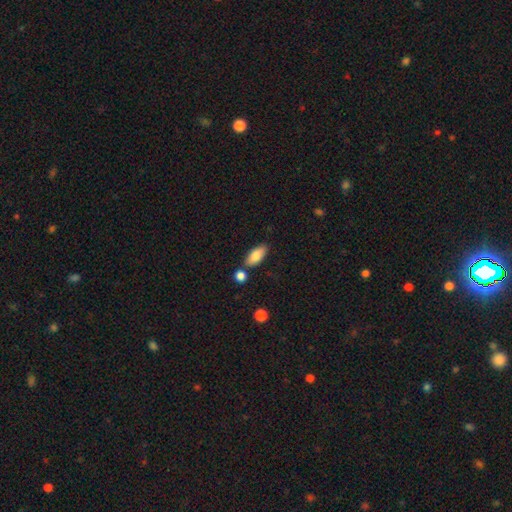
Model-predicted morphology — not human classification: type=smooth (82%); roundness=in between (83%); merging=none (74%).